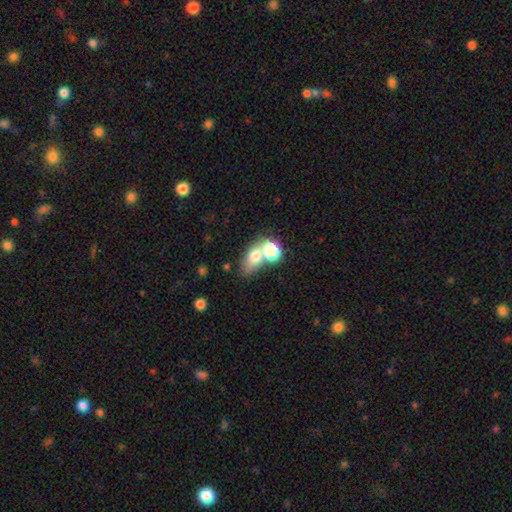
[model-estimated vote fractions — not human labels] A smooth galaxy with no disk features (69%) that is in between round and cigar-shaped (66%). Merging: merger (42%).